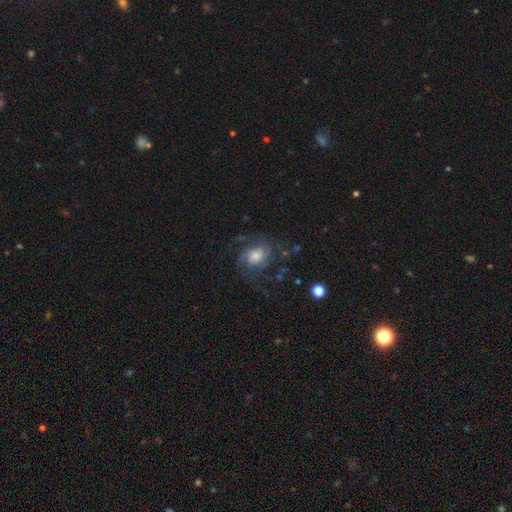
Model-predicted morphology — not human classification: Smooth or featured: featured or disk — 70% (smooth — 20%)
Edge-on disk: no — 97% (yes — 3%)
Bar: no — 71% (weak — 25%)
Spiral arms: yes — 90% (no — 10%)
Spiral winding: medium — 44% (tight — 38%)
Spiral arm count: 2 — 32% (can't tell — 29%)
Bulge size: moderate — 49% (small — 26%)
Merging: none — 62% (major disturbance — 18%)